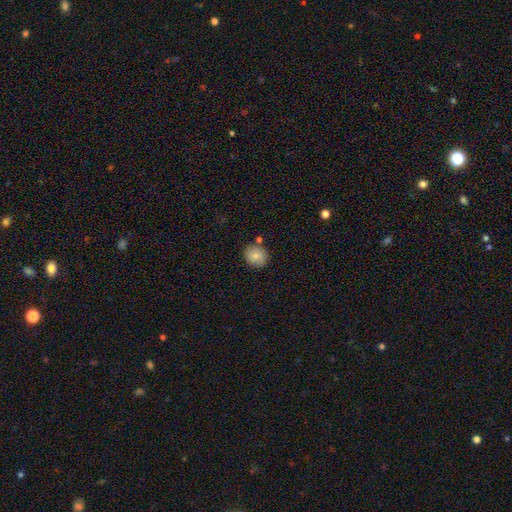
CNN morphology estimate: Smooth or featured: smooth — 80% (featured or disk — 12%)
How rounded: round — 82% (in between — 17%)
Merging: none — 79% (minor disturbance — 12%)